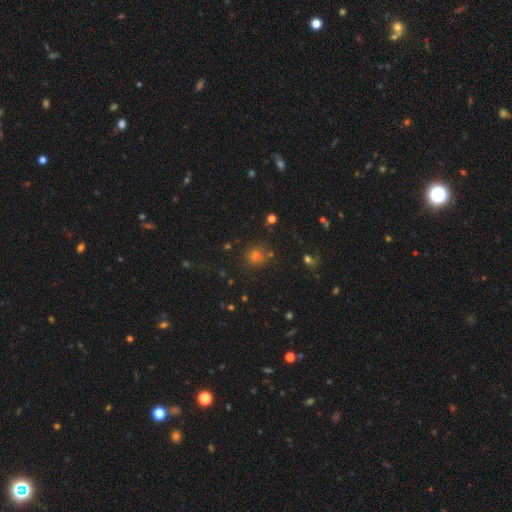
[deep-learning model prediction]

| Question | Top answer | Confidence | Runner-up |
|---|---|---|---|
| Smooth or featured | smooth | 65% | star or artifact (28%) |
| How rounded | round | 91% | in between (8%) |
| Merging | none | 83% | minor disturbance (9%) |